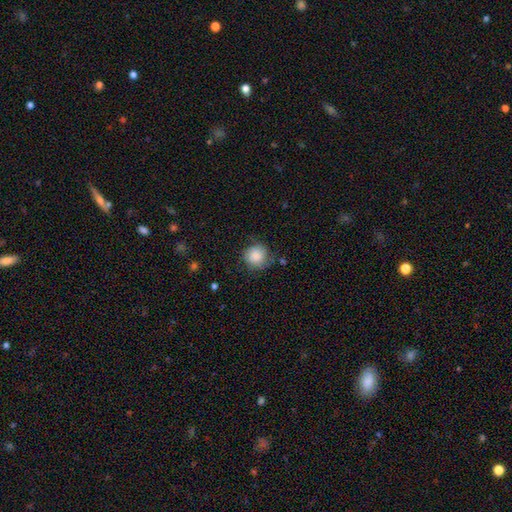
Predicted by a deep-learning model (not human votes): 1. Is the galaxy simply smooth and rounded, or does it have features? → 79% smooth, 14% featured or disk, 8% star or artifact.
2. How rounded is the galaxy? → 90% round, 9% in between, 1% cigar-shaped.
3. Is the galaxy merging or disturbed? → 66% none, 24% minor disturbance, 8% major disturbance, 2% merger.